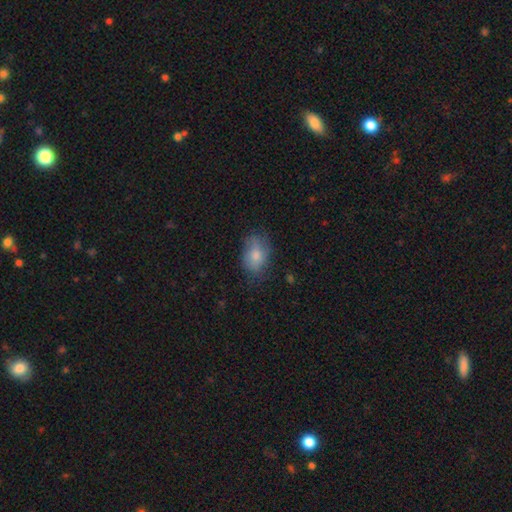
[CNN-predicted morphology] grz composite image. It shows a smooth galaxy with no disk features (75%) that is in between round and cigar-shaped (83%). Merging: none (61%).